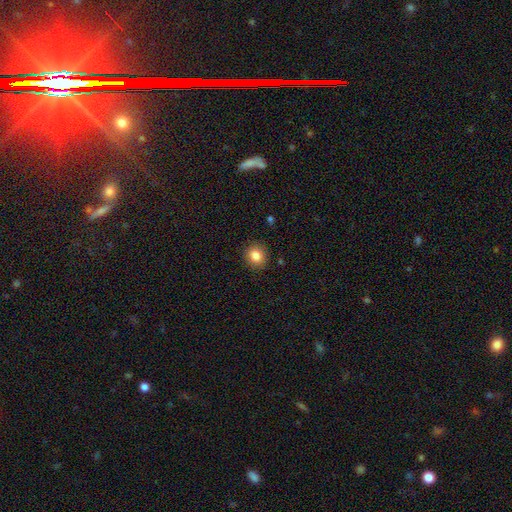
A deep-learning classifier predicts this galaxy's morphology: smooth-or-featured: smooth: 85% | star or artifact: 10% | featured or disk: 5%
  how-rounded: round: 78% | in between: 21% | cigar-shaped: 1%
  merging: none: 89% | minor disturbance: 8% | major disturbance: 2% | merger: 1%